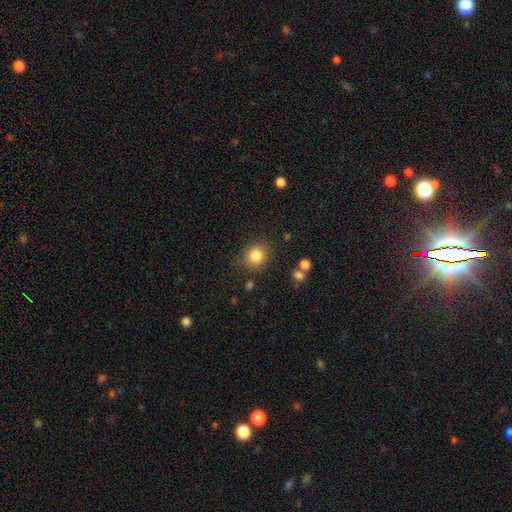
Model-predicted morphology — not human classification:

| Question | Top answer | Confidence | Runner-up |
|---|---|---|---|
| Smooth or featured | smooth | 83% | star or artifact (11%) |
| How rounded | round | 83% | in between (16%) |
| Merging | none | 82% | minor disturbance (11%) |